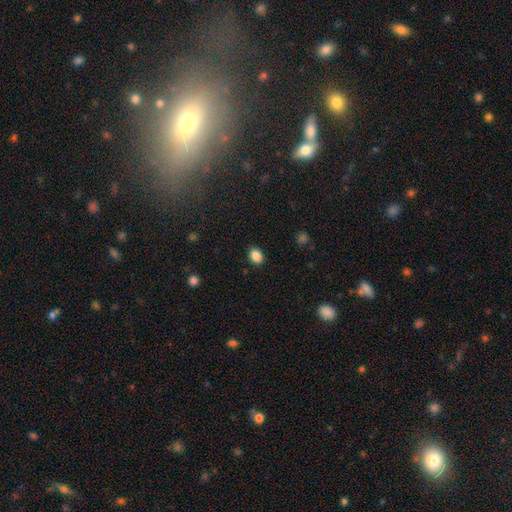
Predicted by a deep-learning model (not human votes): The model was most divided on "how rounded": in between: 65%, round: 34%, cigar-shaped: 1%. More confident: smooth or featured — smooth (87%); merging — none (87%).